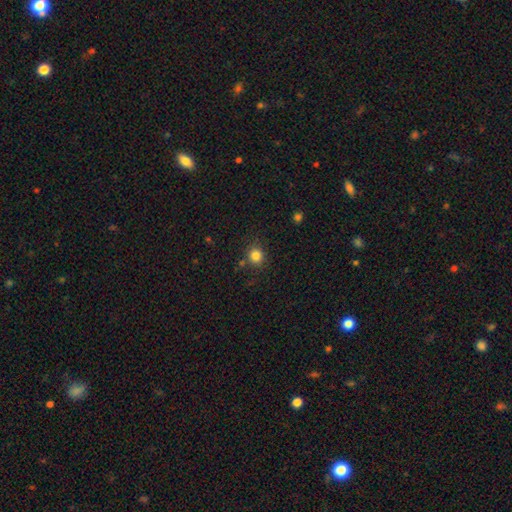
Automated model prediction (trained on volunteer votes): Morphology: type=smooth (83%); roundness=round (85%); merging=none (81%).